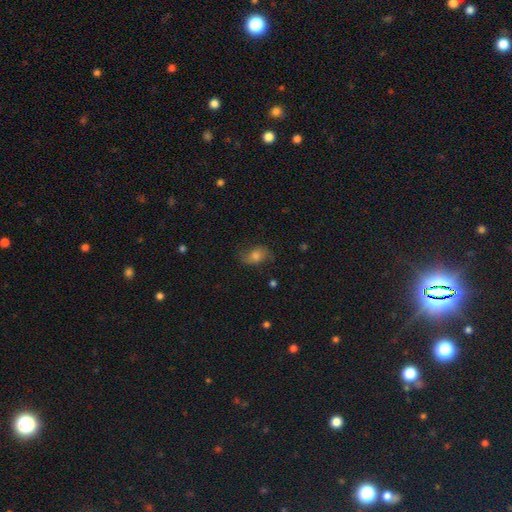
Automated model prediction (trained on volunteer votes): Q: Smooth or featured?
A: smooth (47%); runner-up: featured or disk (36%)
Q: Merging?
A: none (69%); runner-up: minor disturbance (21%)